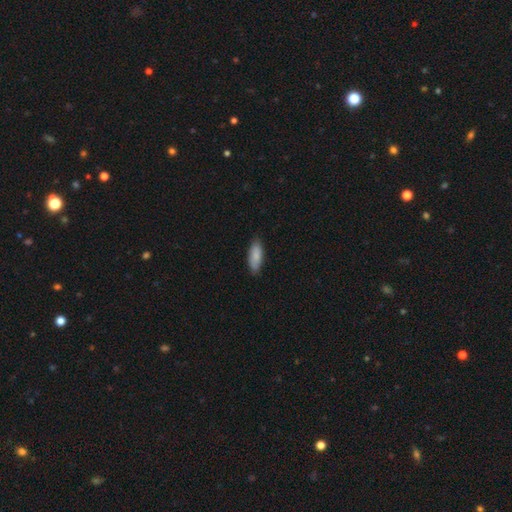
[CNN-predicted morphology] Q: Smooth or featured?
A: smooth (85%); runner-up: featured or disk (10%)
Q: How rounded?
A: in between (78%); runner-up: cigar-shaped (20%)
Q: Merging?
A: none (83%); runner-up: minor disturbance (14%)